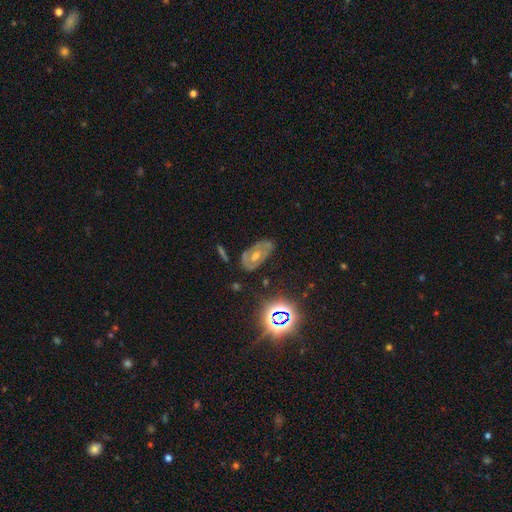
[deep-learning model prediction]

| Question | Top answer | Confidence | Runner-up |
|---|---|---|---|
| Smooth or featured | featured or disk | 59% | star or artifact (21%) |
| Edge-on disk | no | 91% | yes (9%) |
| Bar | no | 63% | weak (25%) |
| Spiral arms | no | 51% | yes (49%) |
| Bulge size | moderate | 64% | small (29%) |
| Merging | none | 70% | minor disturbance (19%) |